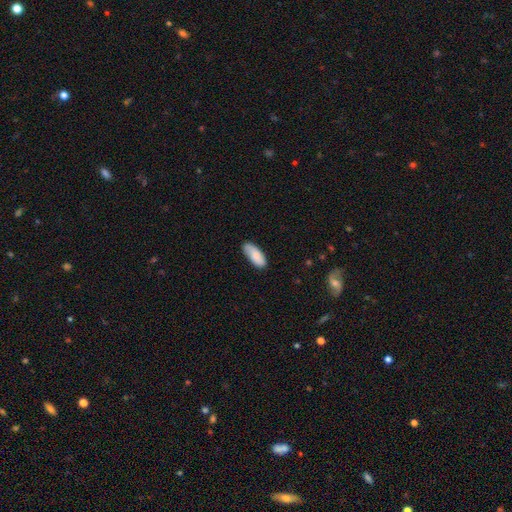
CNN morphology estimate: Smooth or featured? smooth (81%)
How rounded? in between (81%)
Merging? none (79%)